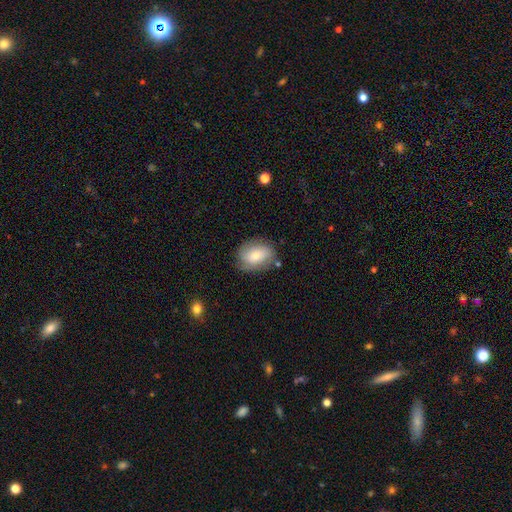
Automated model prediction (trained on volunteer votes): Smooth or featured? Predicted: smooth (p=0.67). How rounded? Predicted: in between (p=0.74). Merging? Predicted: none (p=0.72).